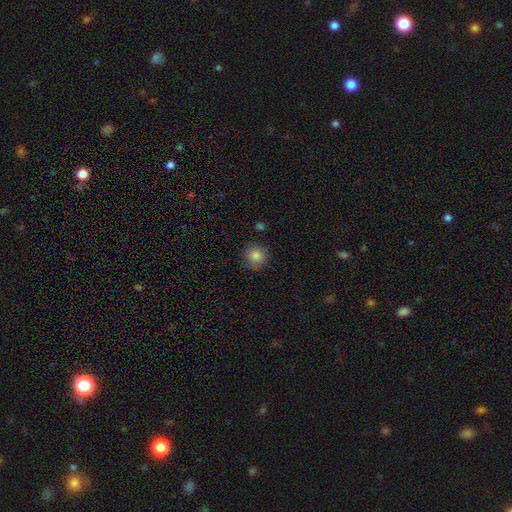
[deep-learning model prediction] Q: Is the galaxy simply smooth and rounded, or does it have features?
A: smooth — 86%.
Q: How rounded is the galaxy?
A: round — 93%.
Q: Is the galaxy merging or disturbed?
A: none — 87%.